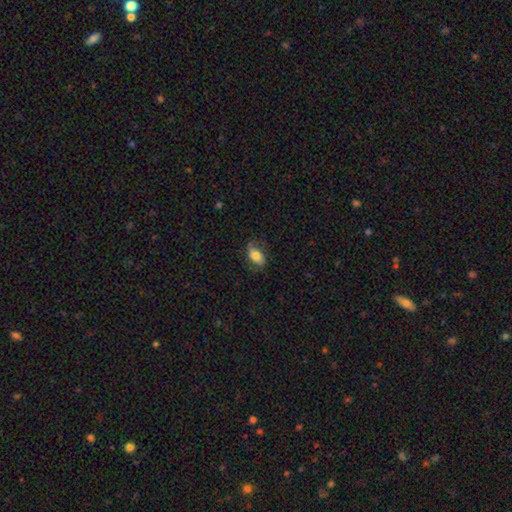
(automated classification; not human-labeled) smooth-or-featured: smooth: 67% | featured or disk: 25% | star or artifact: 7%
  how-rounded: in between: 90% | round: 6% | cigar-shaped: 4%
  merging: none: 69% | minor disturbance: 22% | major disturbance: 8% | merger: 1%